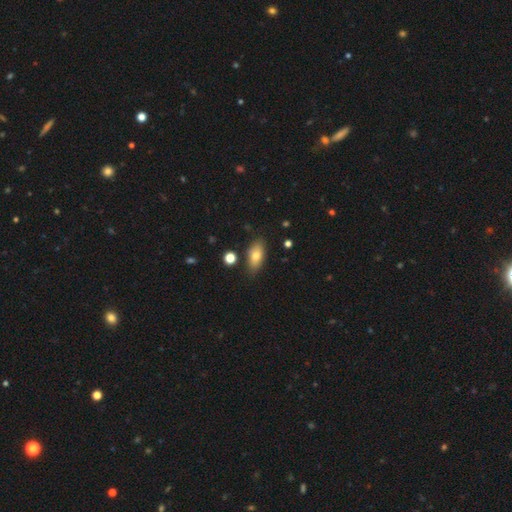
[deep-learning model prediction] smooth 75%, featured or disk 17%, star or artifact 8%. Down the decision tree: how rounded — in between (86%); merging — none (82%).